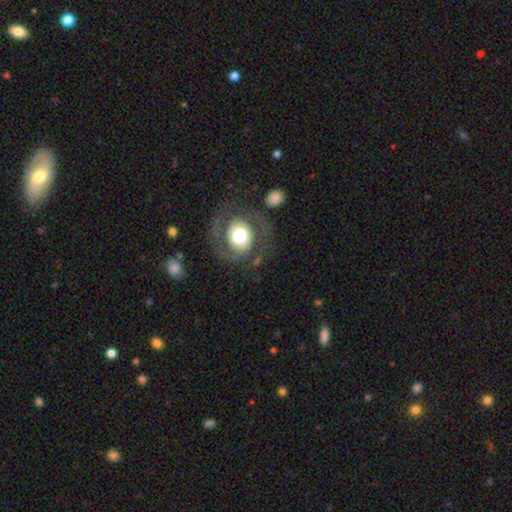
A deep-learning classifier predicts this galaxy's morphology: Smooth or featured: featured or disk — 72% (smooth — 21%)
Edge-on disk: no — 97% (yes — 3%)
Bar: no — 68% (weak — 23%)
Spiral arms: yes — 77% (no — 23%)
Spiral winding: medium — 47% (tight — 35%)
Spiral arm count: 2 — 85% (can't tell — 7%)
Bulge size: moderate — 48% (large — 40%)
Merging: none — 75% (minor disturbance — 13%)